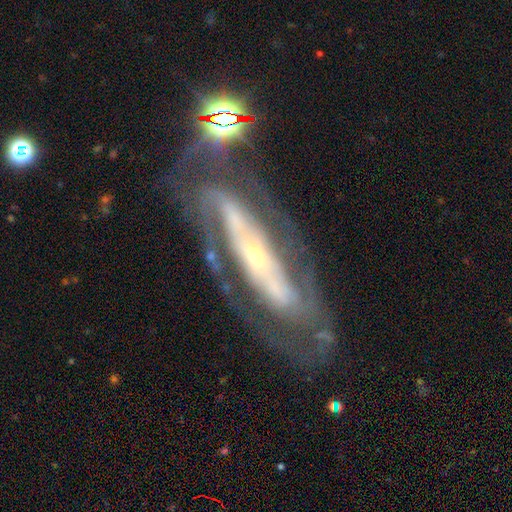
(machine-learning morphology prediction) smooth_or_featured: featured or disk (p=0.83) [alt: smooth p=0.10]
disk_edge_on: no (p=0.83) [alt: yes p=0.17]
bar: no (p=0.45) [alt: strong p=0.37]
has_spiral_arms: yes (p=0.82) [alt: no p=0.18]
spiral_winding: tight (p=0.51) [alt: medium p=0.36]
spiral_arm_count: 2 (p=0.65) [alt: can't tell p=0.21]
bulge_size: small (p=0.72) [alt: moderate p=0.21]
merging: none (p=0.70) [alt: minor disturbance p=0.14]